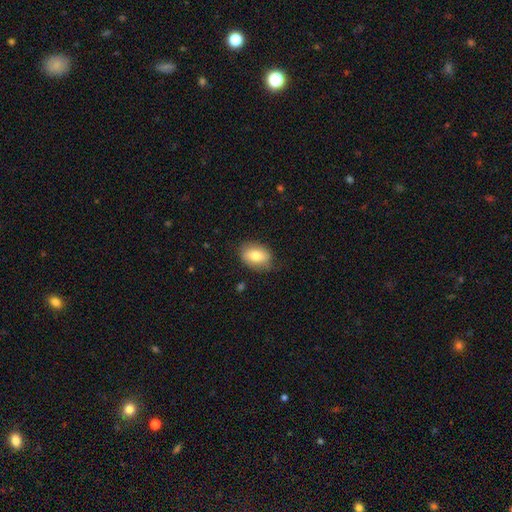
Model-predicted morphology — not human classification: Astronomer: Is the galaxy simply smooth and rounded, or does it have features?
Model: smooth — 75%.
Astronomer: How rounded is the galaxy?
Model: in between — 81%.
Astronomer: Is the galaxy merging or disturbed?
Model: none — 74%.